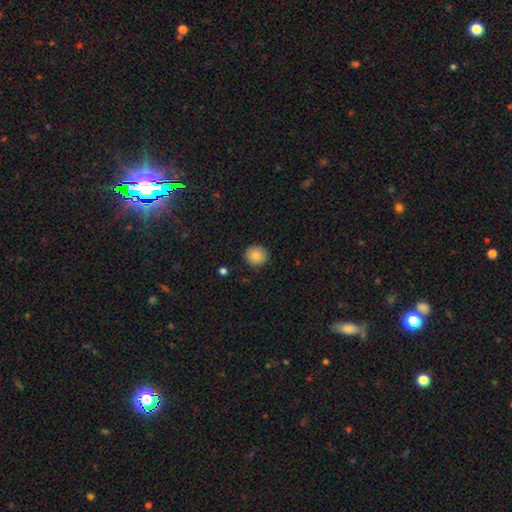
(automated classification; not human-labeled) Smooth or featured?
  - smooth: 84% *
  - star or artifact: 8%
  - featured or disk: 7%
How rounded?
  - round: 85% *
  - in between: 14%
  - cigar-shaped: 1%
Merging?
  - none: 89% *
  - minor disturbance: 8%
  - major disturbance: 2%
  - merger: 1%